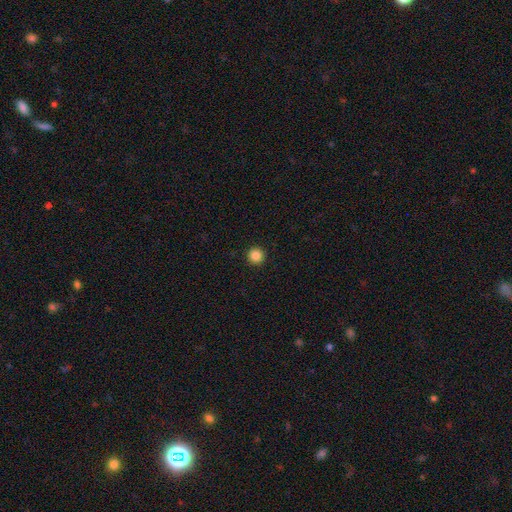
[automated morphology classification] This is clearly a smooth galaxy (86%). How rounded: clearly round (96%). Merging: clearly none (94%).